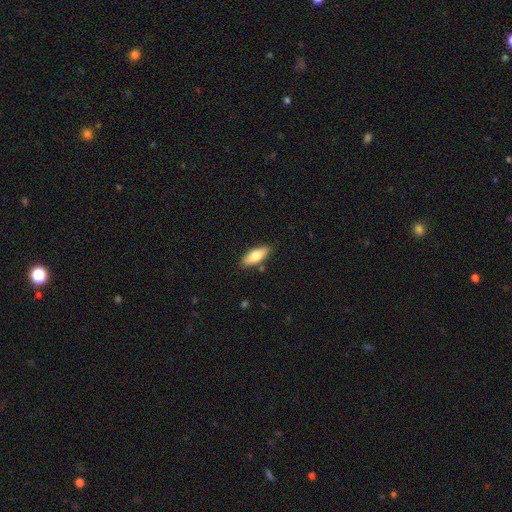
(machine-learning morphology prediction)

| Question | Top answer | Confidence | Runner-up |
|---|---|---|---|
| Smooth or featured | smooth | 72% | featured or disk (22%) |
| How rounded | in between | 72% | cigar-shaped (26%) |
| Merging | none | 84% | minor disturbance (11%) |